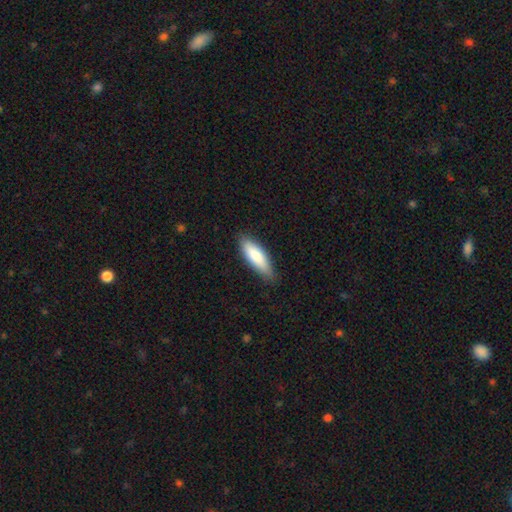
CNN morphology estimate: This is clearly a smooth galaxy (82%). How rounded: possibly in between (52%). Merging: clearly none (83%).